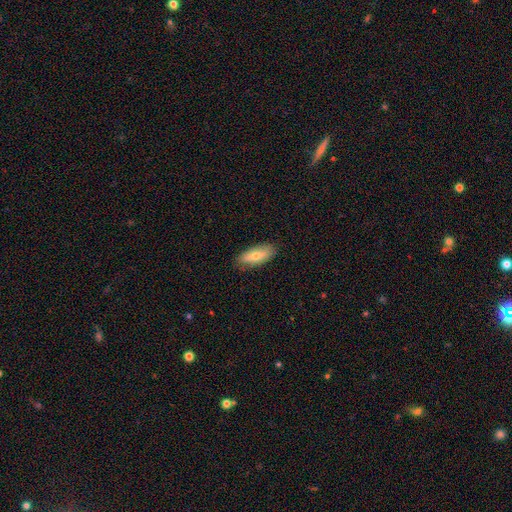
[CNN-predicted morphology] type=smooth (71%); roundness=in between (75%); merging=none (85%).